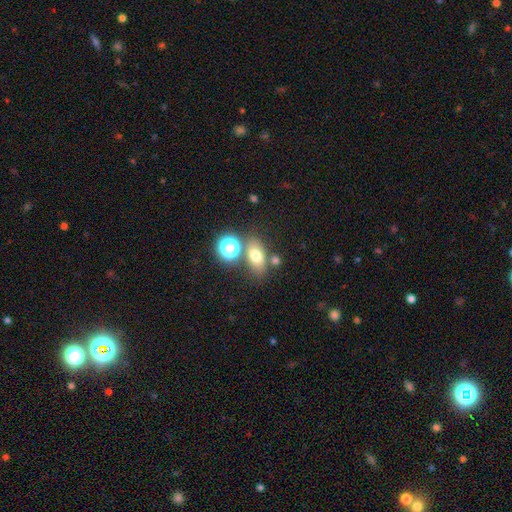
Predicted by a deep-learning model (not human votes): Smooth or featured?
  - smooth: 68% *
  - featured or disk: 17%
  - star or artifact: 16%
How rounded?
  - in between: 72% *
  - round: 24%
  - cigar-shaped: 4%
Merging?
  - none: 65% *
  - merger: 17%
  - minor disturbance: 13%
  - major disturbance: 5%